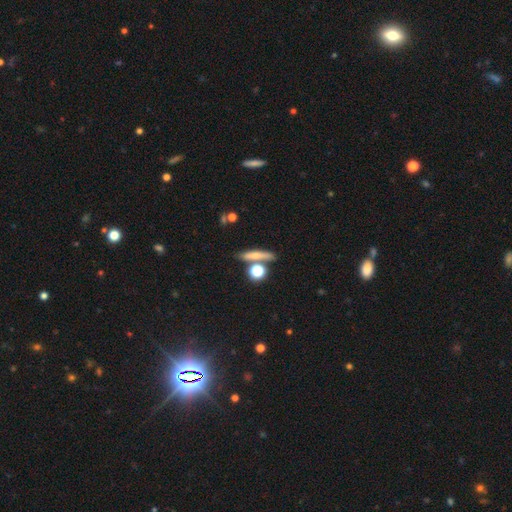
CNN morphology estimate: smooth 67%, featured or disk 22%, star or artifact 11%. Down the decision tree: how rounded — cigar-shaped (63%); merging — none (69%).